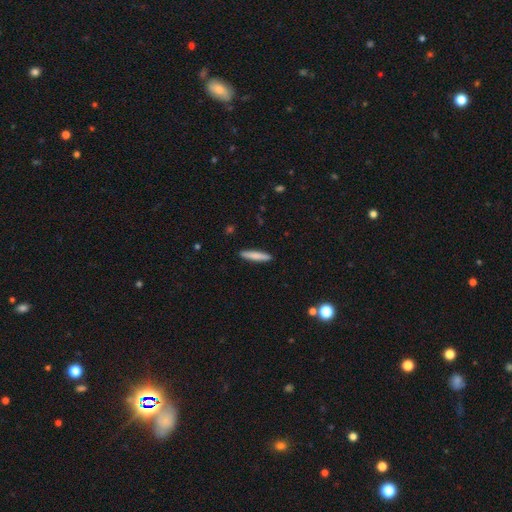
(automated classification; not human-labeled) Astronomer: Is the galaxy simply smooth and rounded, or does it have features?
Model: smooth — 80%.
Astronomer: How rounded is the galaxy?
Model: cigar-shaped — 92%.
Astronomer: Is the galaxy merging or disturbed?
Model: none — 92%.